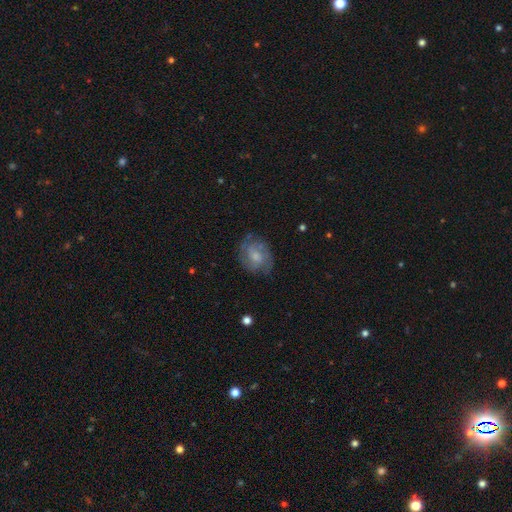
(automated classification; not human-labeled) Morphology: type=featured or disk (59%); edge-on=no (97%); bar=no (63%); spiral arms=yes (78%); bulge=moderate (44%); merging=none (70%).